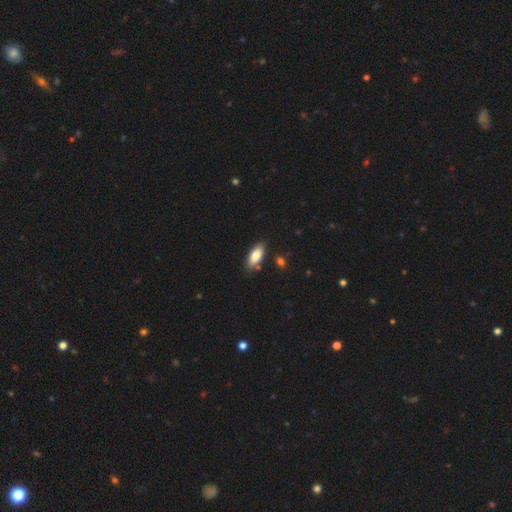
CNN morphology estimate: The model was most divided on "how rounded": in between: 83%, cigar-shaped: 15%, round: 2%. More confident: smooth or featured — smooth (83%); merging — none (82%).